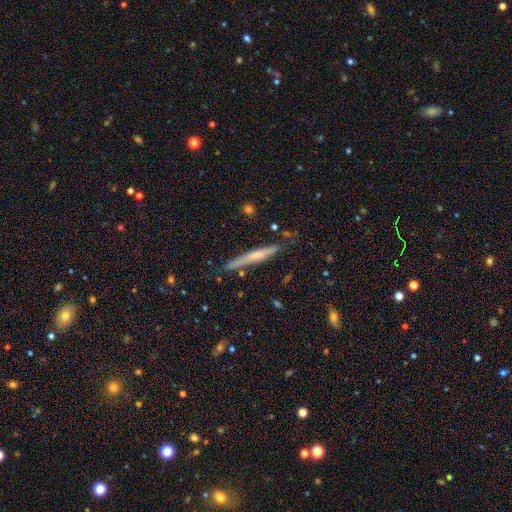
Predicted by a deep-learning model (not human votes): This appears to be a featured or disk galaxy (51%) viewed edge-on (96%). Merging: none (82%).